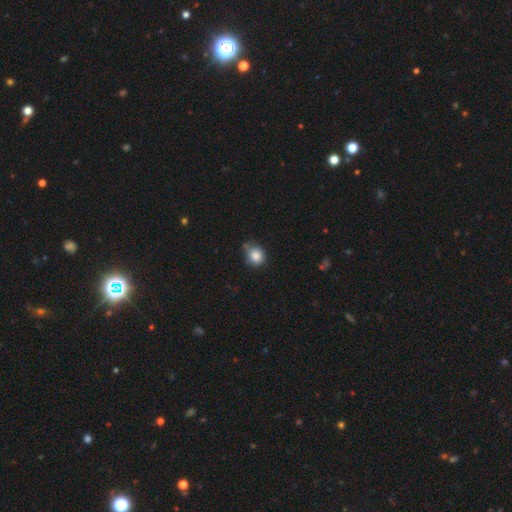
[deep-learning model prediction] This appears to be a smooth galaxy with no disk features (84%) that is round (68%). Merging: none (55%).